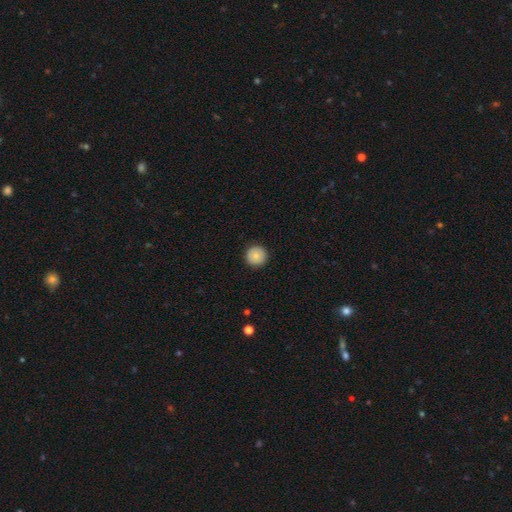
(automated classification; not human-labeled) A smooth galaxy with no disk features (83%) that is round (96%).

Vote fractions:
- Smooth or featured? smooth: 83% / featured or disk: 10% / star or artifact: 8%
- How rounded? round: 96% / in between: 3% / cigar-shaped: 1%
- Merging? none: 92% / minor disturbance: 5% / major disturbance: 2% / merger: 1%